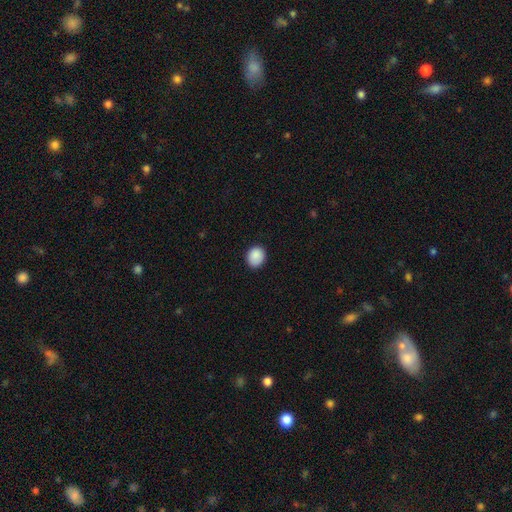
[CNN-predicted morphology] This is clearly a smooth galaxy (89%). How rounded: likely round (64%). Merging: clearly none (86%).